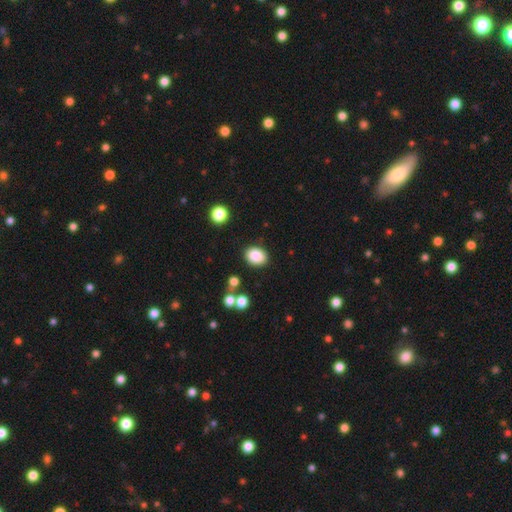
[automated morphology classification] smooth 86%, star or artifact 9%, featured or disk 5%. Down the decision tree: how rounded — in between (66%); merging — none (85%).